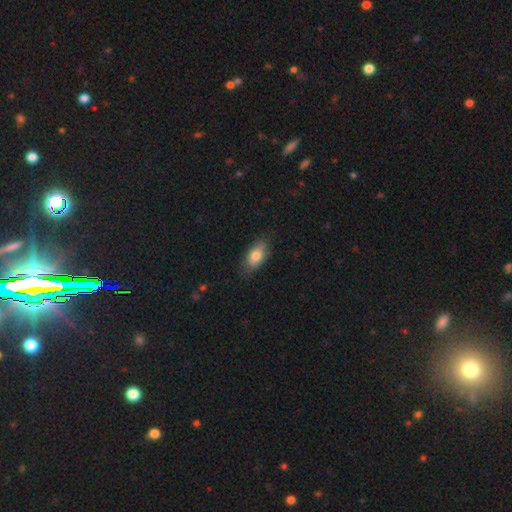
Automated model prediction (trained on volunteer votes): smooth 78%, featured or disk 16%, star or artifact 7%. Down the decision tree: how rounded — in between (87%); merging — none (78%).